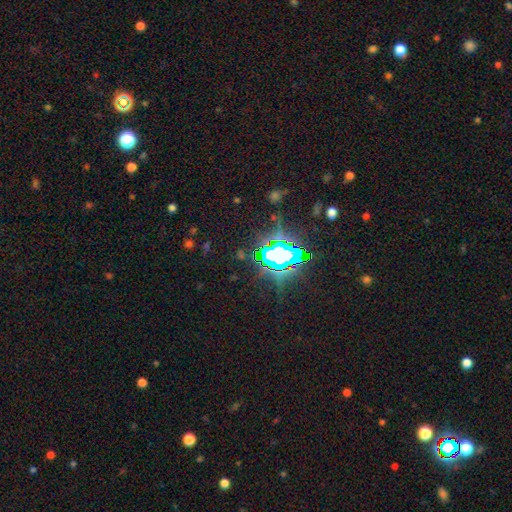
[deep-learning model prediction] Q: Smooth or featured?
A: star or artifact (83%); runner-up: smooth (9%)